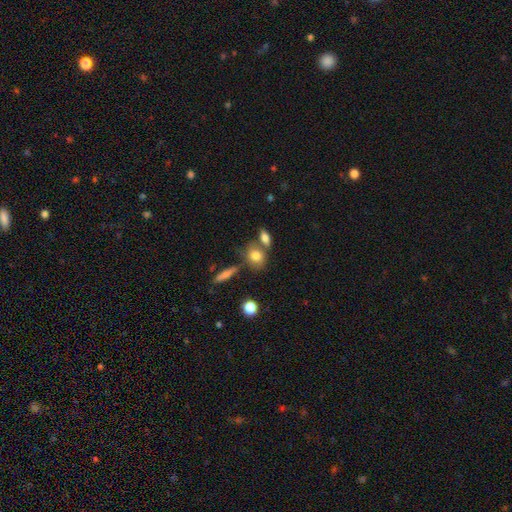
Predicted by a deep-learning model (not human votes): smooth 78%, featured or disk 12%, star or artifact 10%. Down the decision tree: how rounded — in between (50%); merging — none (53%).